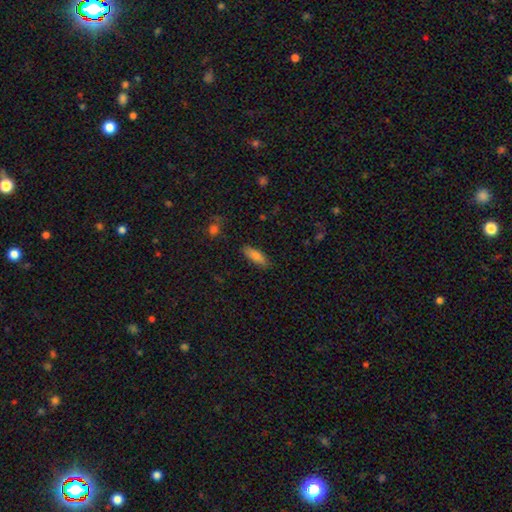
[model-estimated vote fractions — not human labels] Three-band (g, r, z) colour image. It shows a smooth galaxy with no disk features (79%) that is in between round and cigar-shaped (61%). Merging: none (84%).